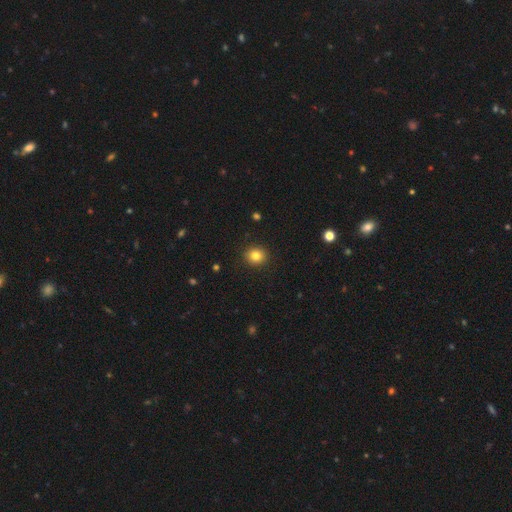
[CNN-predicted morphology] Q: Smooth or featured?
A: smooth (83%); runner-up: star or artifact (11%)
Q: How rounded?
A: round (82%); runner-up: in between (17%)
Q: Merging?
A: none (91%); runner-up: minor disturbance (6%)